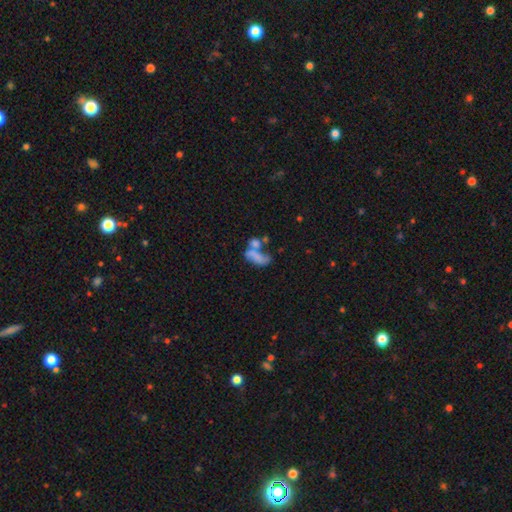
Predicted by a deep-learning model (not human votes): The model was most divided on "smooth or featured": smooth: 57%, featured or disk: 31%, star or artifact: 12%. More confident: how rounded — in between (82%); merging — merger (56%).